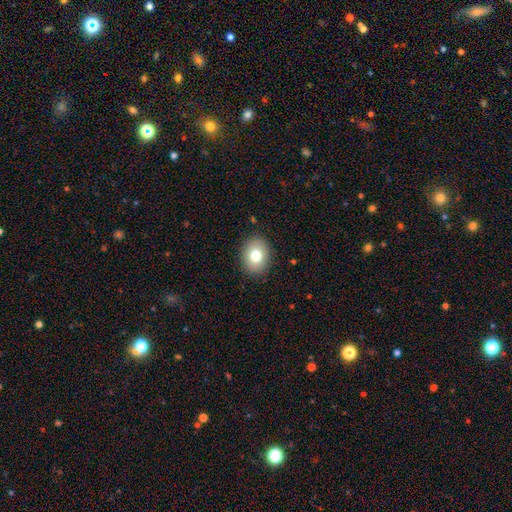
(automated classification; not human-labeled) Smooth or featured? Predicted: smooth (p=0.77). How rounded? Predicted: in between (p=0.56). Merging? Predicted: none (p=0.88).